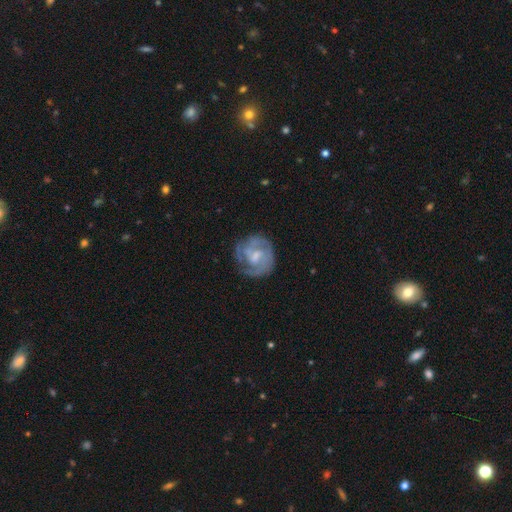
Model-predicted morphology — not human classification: The model was most divided on "bulge size": small: 42%, moderate: 39%, none: 14%, large: 4%, dominant: 1%. Remaining: edge-on disk — no (98%); spiral arms — yes (92%); smooth or featured — featured or disk (80%); merging — none (68%); bar — weak (55%); spiral winding — tight (51%); spiral arm count — 2 (45%).